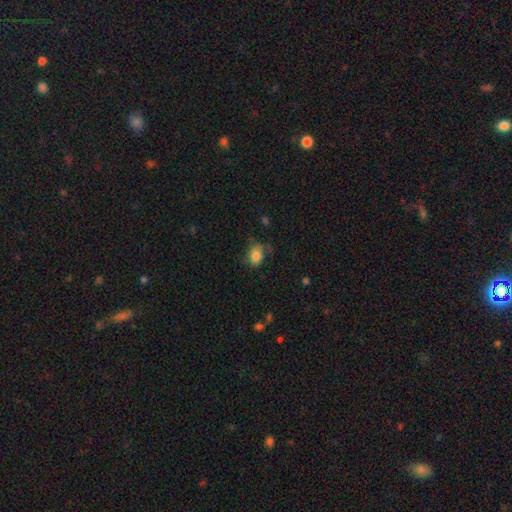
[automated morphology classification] A smooth galaxy with no disk features (82%) that is in between round and cigar-shaped (69%). Merging: none (62%).